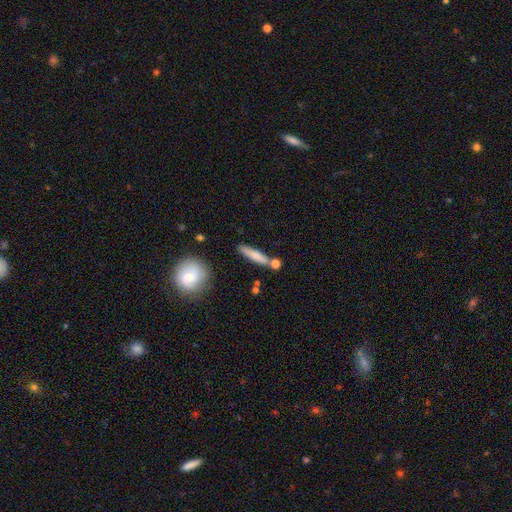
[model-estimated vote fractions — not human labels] Q: Smooth or featured?
A: smooth (71%); runner-up: featured or disk (22%)
Q: How rounded?
A: cigar-shaped (83%); runner-up: in between (14%)
Q: Merging?
A: none (74%); runner-up: minor disturbance (12%)